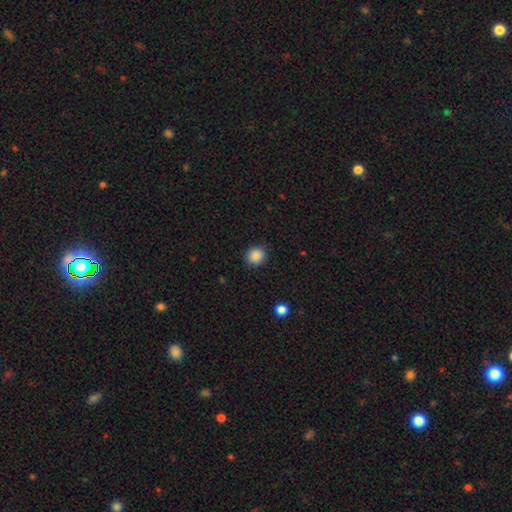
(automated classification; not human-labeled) Smooth or featured?
  - smooth: 88% *
  - star or artifact: 9%
  - featured or disk: 3%
How rounded?
  - round: 85% *
  - in between: 14%
  - cigar-shaped: 1%
Merging?
  - none: 90% *
  - minor disturbance: 7%
  - major disturbance: 2%
  - merger: 1%